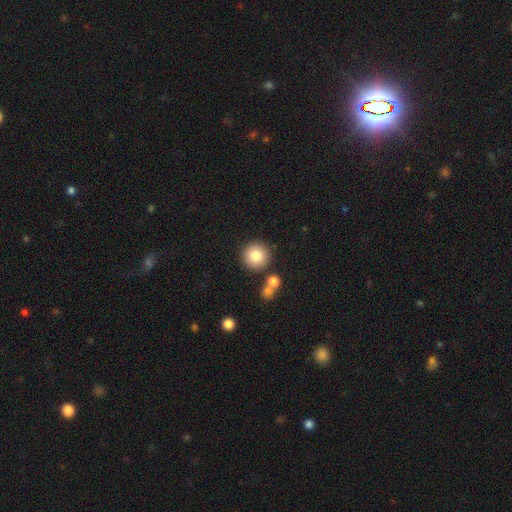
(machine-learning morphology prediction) This appears to be a smooth galaxy with no disk features (82%) that is round (95%). Merging: none (82%).